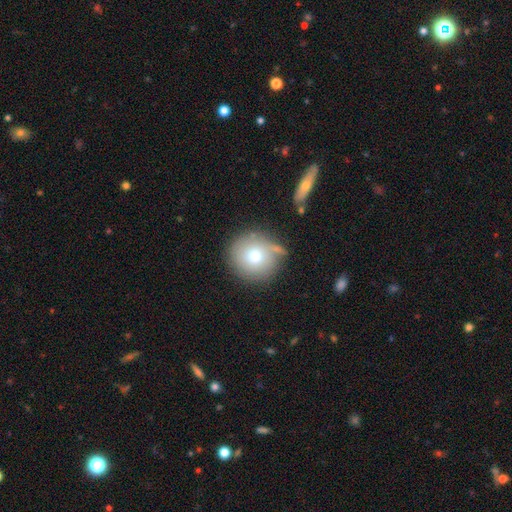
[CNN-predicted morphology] A smooth galaxy with no disk features (70%) that is round (93%).

Vote fractions:
- Smooth or featured? smooth: 70% / featured or disk: 19% / star or artifact: 11%
- How rounded? round: 93% / in between: 6% / cigar-shaped: 1%
- Merging? none: 69% / minor disturbance: 17% / merger: 8% / major disturbance: 6%